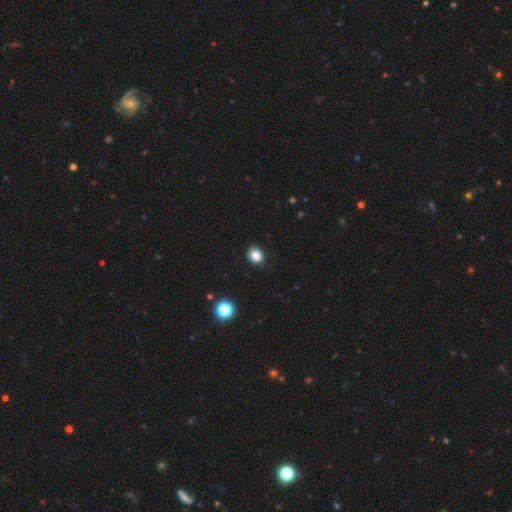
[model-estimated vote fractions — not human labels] This is clearly a smooth galaxy (85%). How rounded: possibly round (56%). Merging: clearly none (89%).